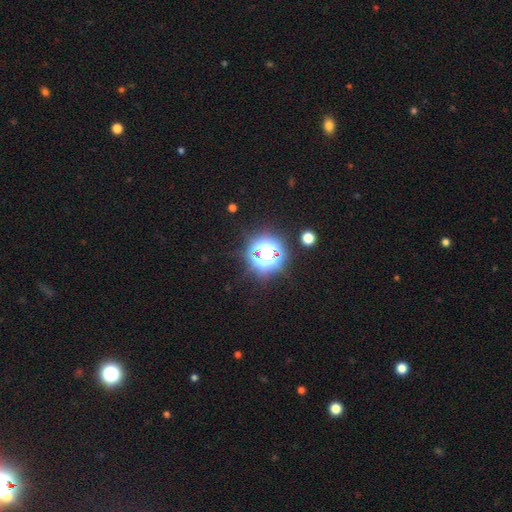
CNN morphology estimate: Smooth or featured? star or artifact (72%)